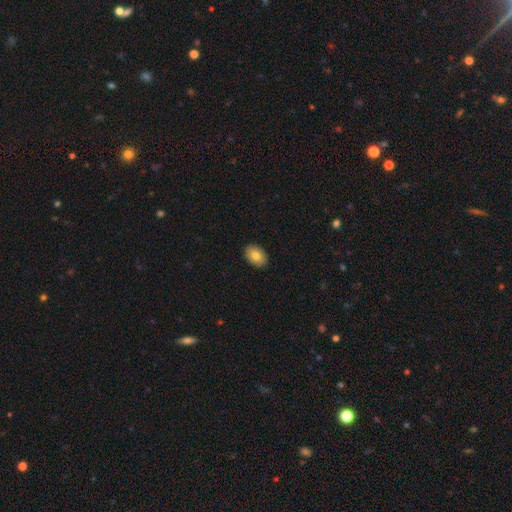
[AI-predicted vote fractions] smooth_or_featured: smooth (p=0.81) [alt: featured or disk p=0.12]
how_rounded: in between (p=0.82) [alt: round p=0.17]
merging: none (p=0.90) [alt: minor disturbance p=0.07]